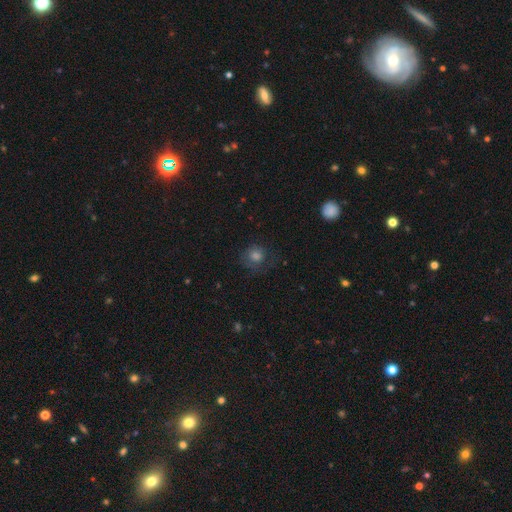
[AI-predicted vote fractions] Smooth or featured?
  - smooth: 63% *
  - star or artifact: 19%
  - featured or disk: 18%
How rounded?
  - round: 85% *
  - in between: 14%
  - cigar-shaped: 1%
Merging?
  - none: 65% *
  - minor disturbance: 18%
  - major disturbance: 16%
  - merger: 1%